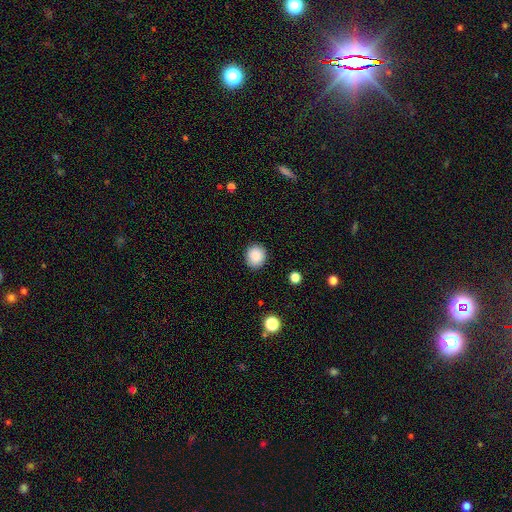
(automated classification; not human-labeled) Morphology: type=smooth (87%); roundness=round (81%); merging=none (89%).